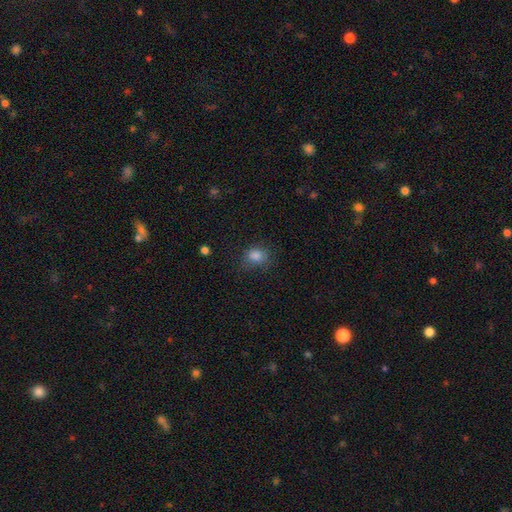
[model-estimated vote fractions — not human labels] Smooth or featured? Predicted: smooth (p=0.82). How rounded? Predicted: round (p=0.51). Merging? Predicted: none (p=0.67).